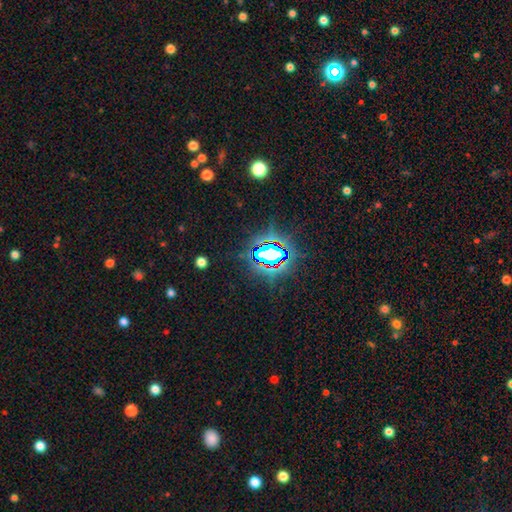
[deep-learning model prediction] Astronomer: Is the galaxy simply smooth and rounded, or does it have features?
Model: star or artifact — 81%.